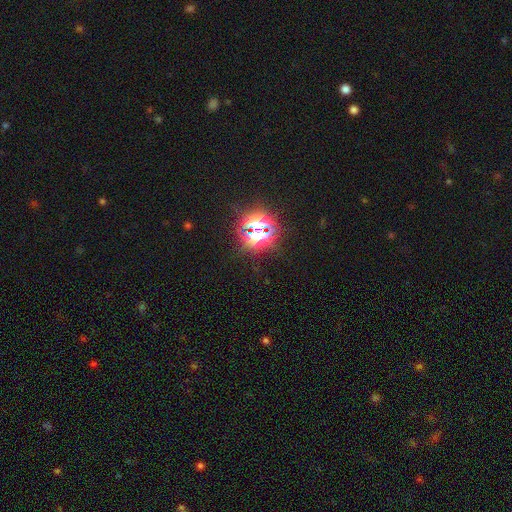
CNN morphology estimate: Smooth or featured? Predicted: star or artifact (p=0.80).